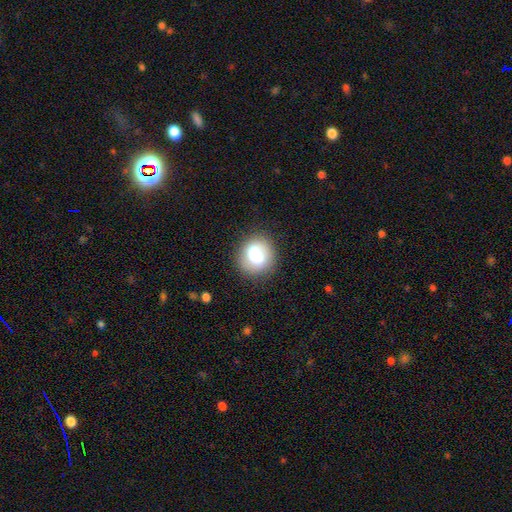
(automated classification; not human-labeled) This appears to be a smooth galaxy with no disk features (72%) that is round (77%). Merging: none (82%).